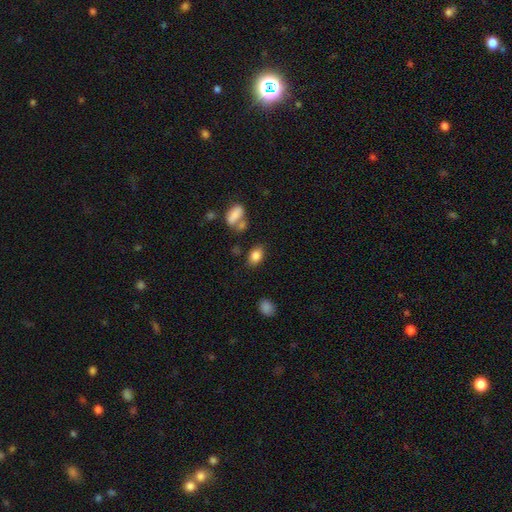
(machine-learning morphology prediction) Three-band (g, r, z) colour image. It shows a smooth galaxy with no disk features (84%) that is in between round and cigar-shaped (84%). Merging: none (75%).